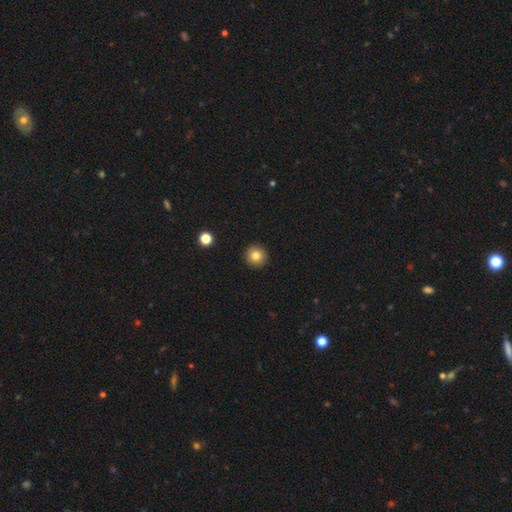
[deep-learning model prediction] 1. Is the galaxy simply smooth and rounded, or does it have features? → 82% smooth, 10% star or artifact, 7% featured or disk.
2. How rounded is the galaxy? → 96% round, 3% in between, 1% cigar-shaped.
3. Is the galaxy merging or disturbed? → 93% none, 4% minor disturbance, 1% major disturbance, 1% merger.